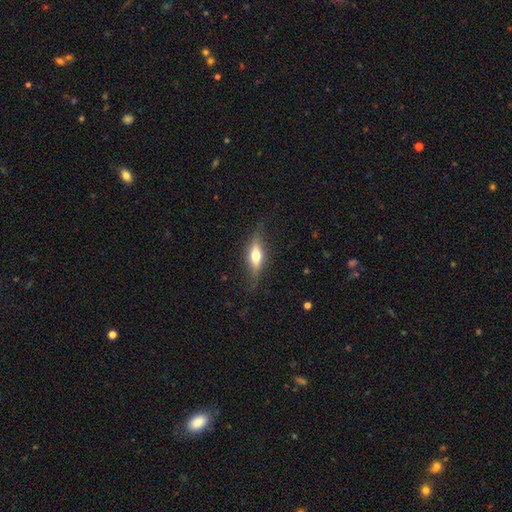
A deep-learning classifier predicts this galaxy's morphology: A featured or disk galaxy (52%) viewed edge-on (88%).

Vote fractions:
- Smooth or featured? featured or disk: 52% / smooth: 41% / star or artifact: 7%
- Edge-on disk? yes: 88% / no: 12%
- Merging? none: 78% / minor disturbance: 16% / major disturbance: 5% / merger: 1%